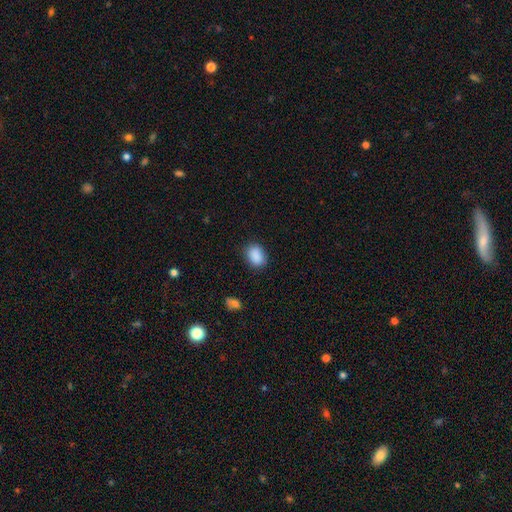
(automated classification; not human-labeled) Smooth or featured?
  - smooth: 88% *
  - star or artifact: 8%
  - featured or disk: 3%
How rounded?
  - in between: 66% *
  - round: 33%
  - cigar-shaped: 1%
Merging?
  - none: 83% *
  - minor disturbance: 13%
  - major disturbance: 3%
  - merger: 1%